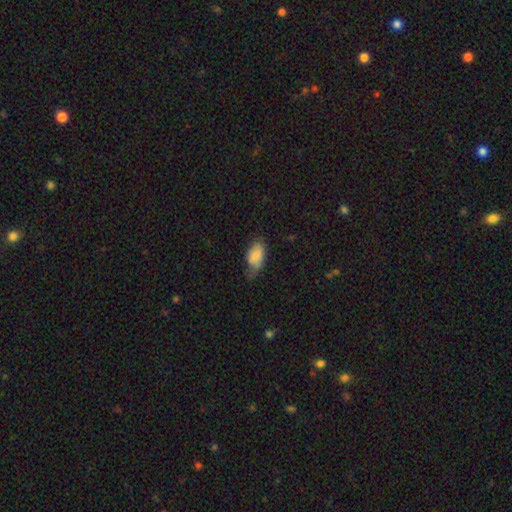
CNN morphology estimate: This is likely a smooth galaxy (74%). How rounded: clearly in between (92%). Merging: marginally minor disturbance (40%).